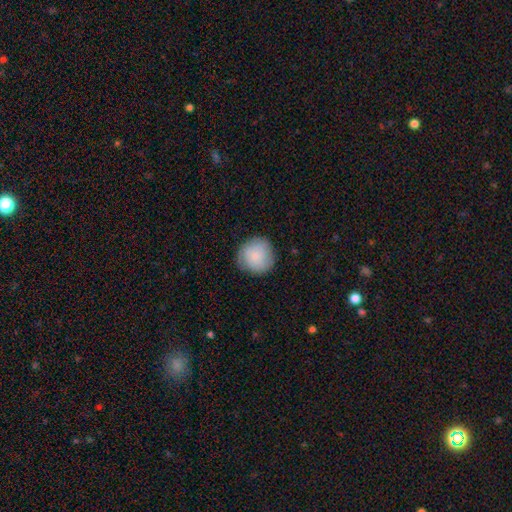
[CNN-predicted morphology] smooth-or-featured: smooth: 80% | featured or disk: 14% | star or artifact: 6%
  how-rounded: round: 93% | in between: 6% | cigar-shaped: 1%
  merging: none: 82% | minor disturbance: 14% | major disturbance: 3% | merger: 1%